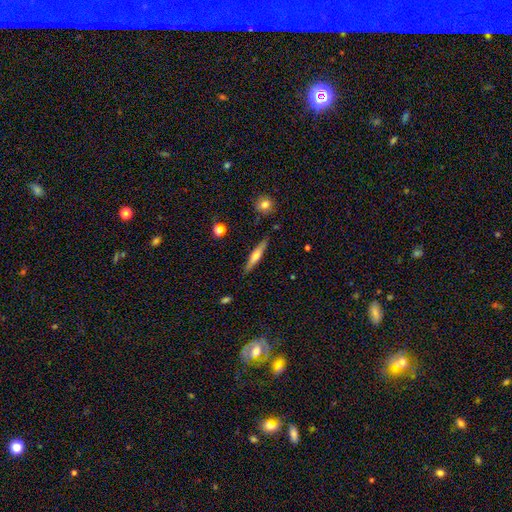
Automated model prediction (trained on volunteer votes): featured or disk 47% (tied), smooth 47% (tied), star or artifact 6%. Down the decision tree: merging — none (87%).